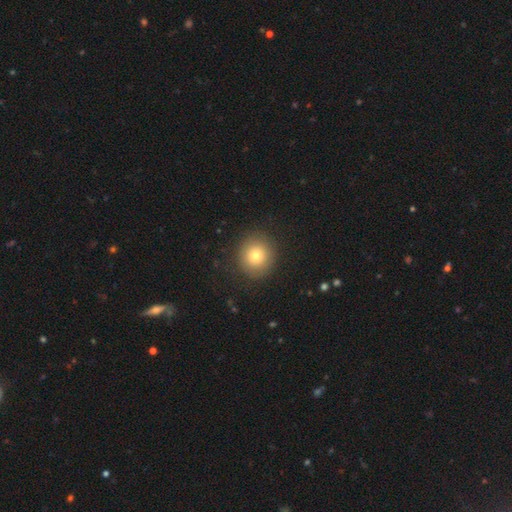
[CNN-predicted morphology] A smooth galaxy with no disk features (76%) that is round (92%). Merging: none (89%).